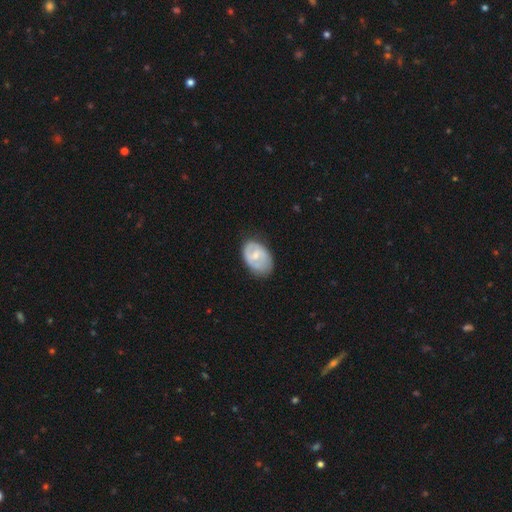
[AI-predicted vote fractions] smooth_or_featured: featured or disk (p=0.51) [alt: smooth p=0.44]
disk_edge_on: no (p=0.96) [alt: yes p=0.04]
merging: none (p=0.66) [alt: minor disturbance p=0.25]